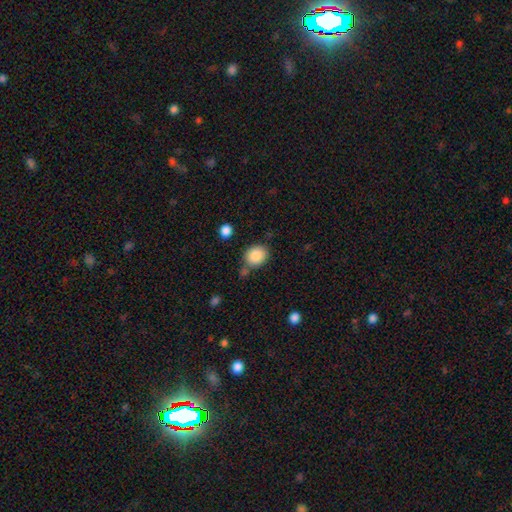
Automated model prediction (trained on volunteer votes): Q: Smooth or featured?
A: smooth (87%); runner-up: star or artifact (8%)
Q: How rounded?
A: round (61%); runner-up: in between (38%)
Q: Merging?
A: none (70%); runner-up: minor disturbance (15%)